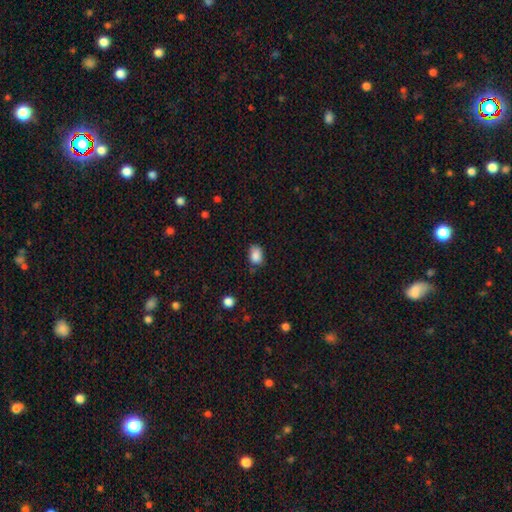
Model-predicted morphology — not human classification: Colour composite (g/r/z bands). It shows a smooth galaxy with no disk features (86%) that is in between round and cigar-shaped (73%). Merging: none (66%).